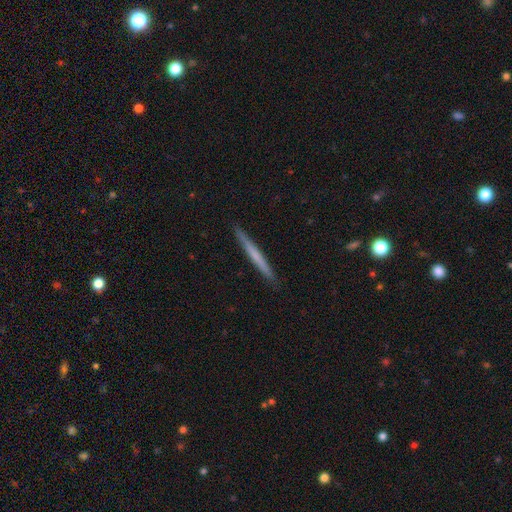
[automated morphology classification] Q: Smooth or featured?
A: smooth (51%); runner-up: featured or disk (44%)
Q: How rounded?
A: cigar-shaped (97%); runner-up: in between (2%)
Q: Merging?
A: none (92%); runner-up: minor disturbance (6%)